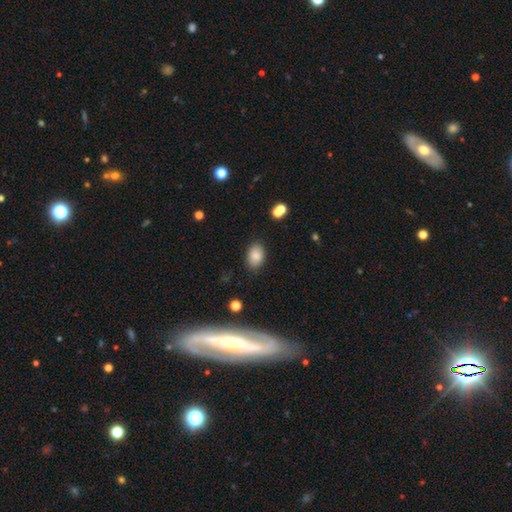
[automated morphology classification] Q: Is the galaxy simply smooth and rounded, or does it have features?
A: smooth — 84%.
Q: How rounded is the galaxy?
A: in between — 87%.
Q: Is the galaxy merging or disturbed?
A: none — 85%.